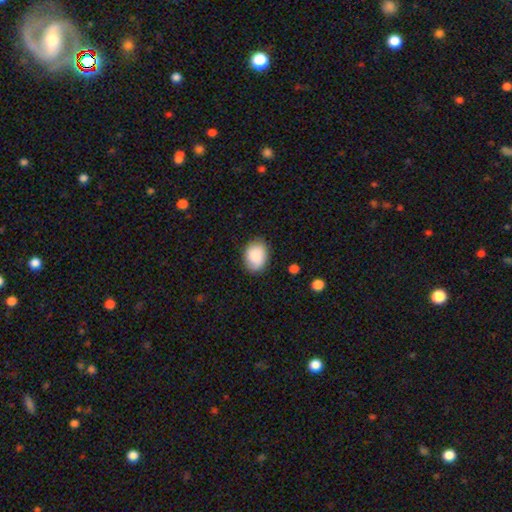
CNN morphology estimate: A smooth galaxy with no disk features (86%) that is in between round and cigar-shaped (70%).

Vote fractions:
- Smooth or featured? smooth: 86% / featured or disk: 7% / star or artifact: 7%
- How rounded? in between: 70% / round: 29% / cigar-shaped: 1%
- Merging? none: 83% / minor disturbance: 13% / major disturbance: 3% / merger: 1%